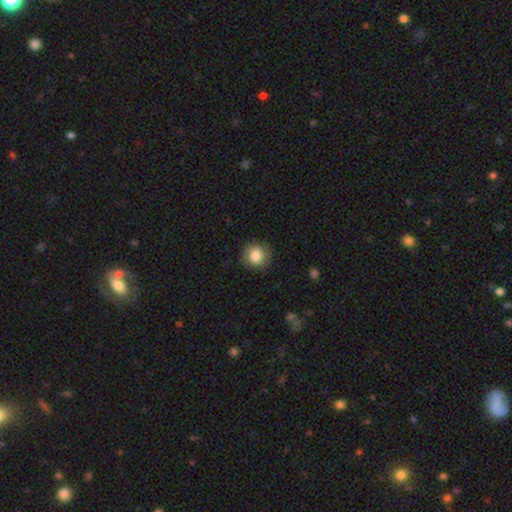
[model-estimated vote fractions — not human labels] Smooth or featured? smooth (84%)
How rounded? round (90%)
Merging? none (88%)